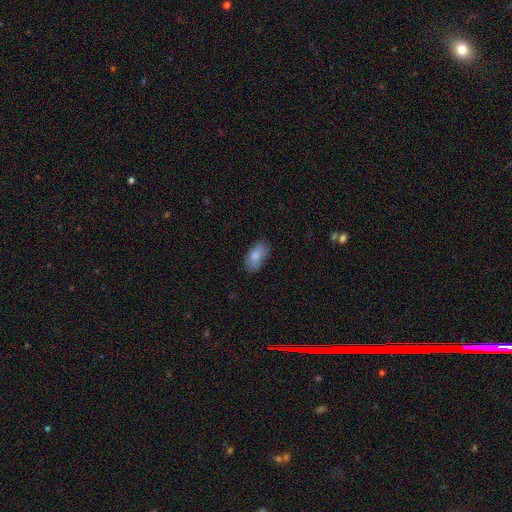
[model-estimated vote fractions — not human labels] Q: Smooth or featured?
A: smooth (82%); runner-up: featured or disk (11%)
Q: How rounded?
A: in between (92%); runner-up: round (5%)
Q: Merging?
A: none (65%); runner-up: minor disturbance (27%)